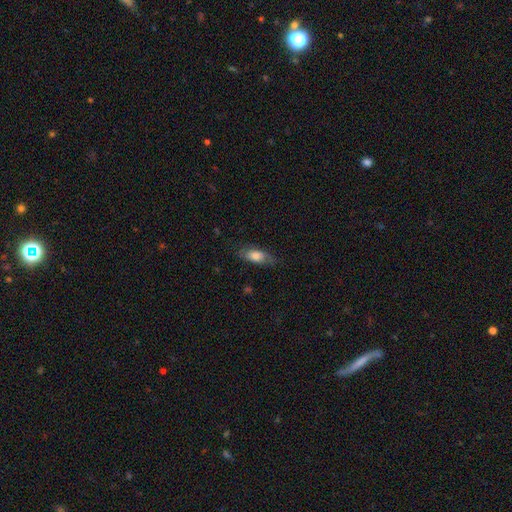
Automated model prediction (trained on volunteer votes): This appears to be a smooth galaxy with no disk features (74%) that is in between round and cigar-shaped (79%). Merging: none (68%).